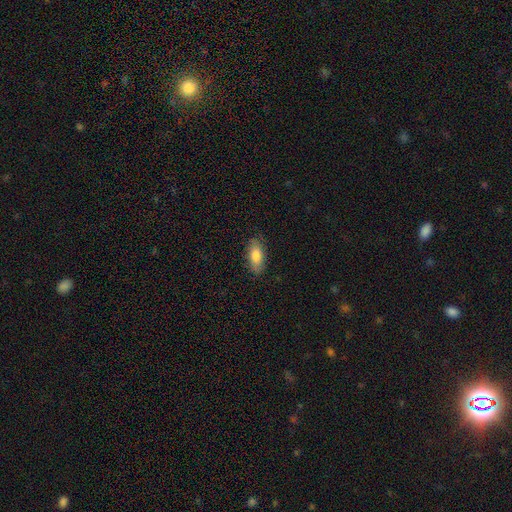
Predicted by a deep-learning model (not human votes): smooth_or_featured: smooth (p=0.77) [alt: featured or disk p=0.16]
how_rounded: in between (p=0.85) [alt: cigar-shaped p=0.12]
merging: none (p=0.82) [alt: minor disturbance p=0.14]